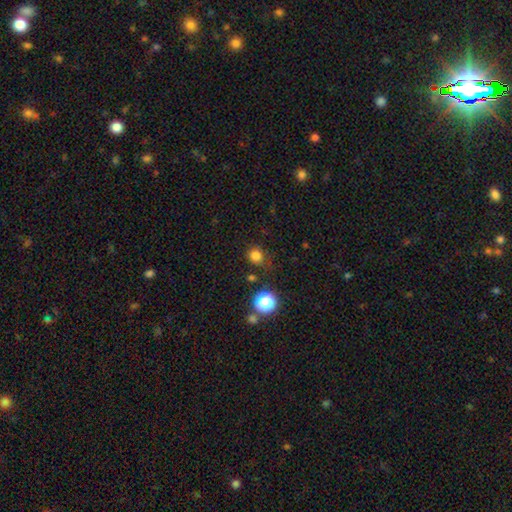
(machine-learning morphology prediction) Smooth or featured? Predicted: smooth (p=0.78). How rounded? Predicted: round (p=0.85). Merging? Predicted: none (p=0.78).